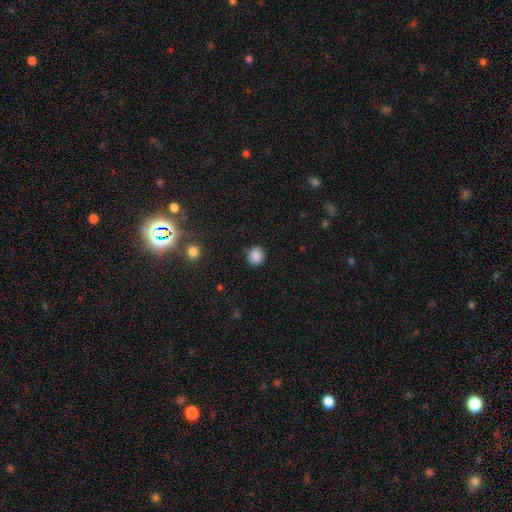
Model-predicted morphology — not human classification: smooth-or-featured: smooth: 88% | star or artifact: 9% | featured or disk: 3%
  how-rounded: round: 82% | in between: 17% | cigar-shaped: 1%
  merging: none: 86% | minor disturbance: 10% | major disturbance: 3% | merger: 1%